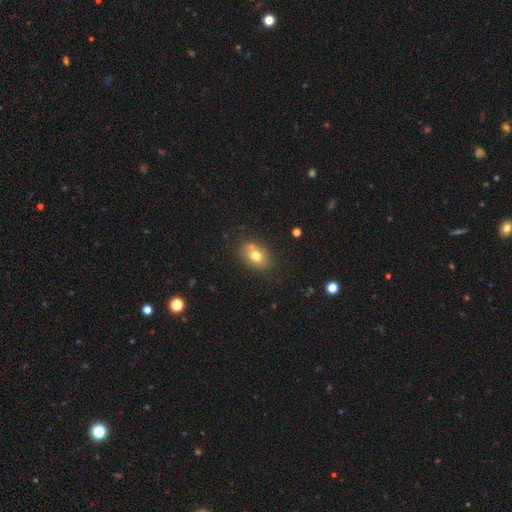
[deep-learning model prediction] Overall: smooth (74%). How rounded: in between (73%). Merging: none (70%).